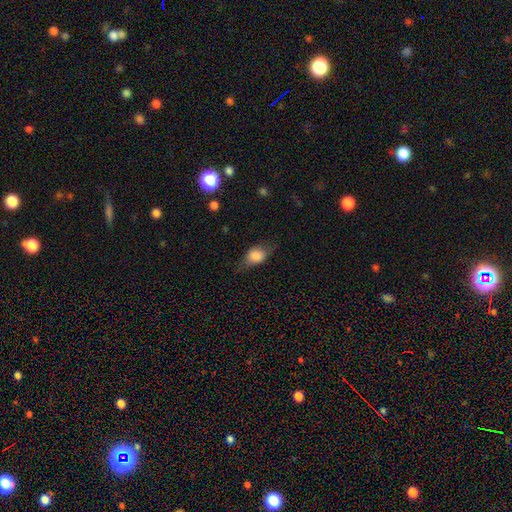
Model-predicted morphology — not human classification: Smooth or featured? Predicted: smooth (p=0.68). How rounded? Predicted: in between (p=0.63). Merging? Predicted: none (p=0.57).